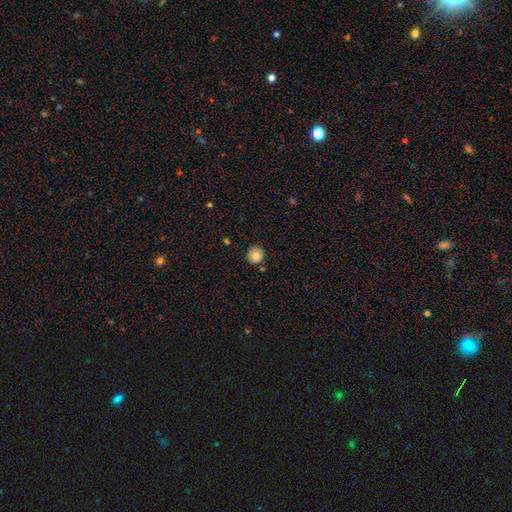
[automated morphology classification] Overall: smooth (84%). How rounded: round (94%). Merging: none (84%).